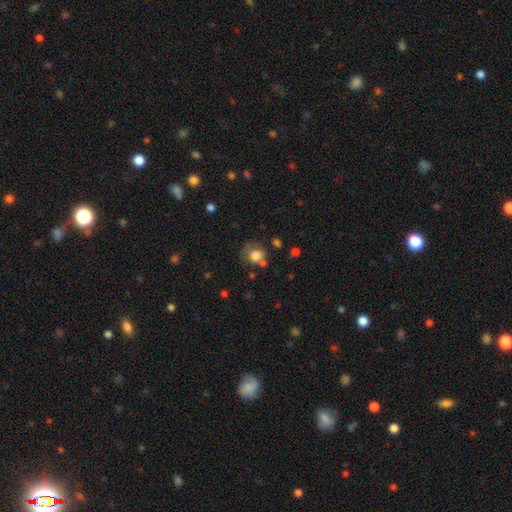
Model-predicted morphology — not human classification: Smooth or featured? smooth (77%)
How rounded? round (74%)
Merging? none (50%)